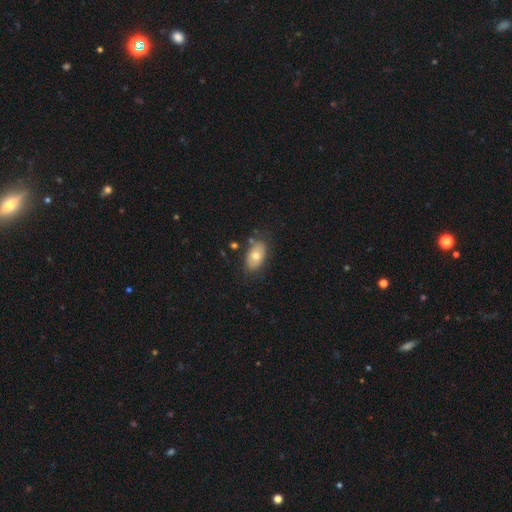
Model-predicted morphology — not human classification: The model was most divided on "smooth or featured": smooth: 69%, featured or disk: 23%, star or artifact: 8%. More confident: how rounded — in between (92%); merging — none (78%).